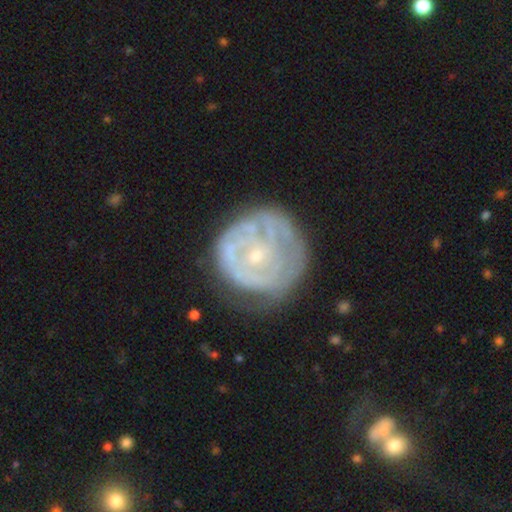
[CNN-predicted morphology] Smooth or featured?
  - featured or disk: 68% *
  - smooth: 24%
  - star or artifact: 7%
Edge-on disk?
  - no: 98% *
  - yes: 2%
Bar?
  - no: 81% *
  - weak: 16%
  - strong: 4%
Spiral arms?
  - yes: 59% *
  - no: 41%
Bulge size?
  - small: 77% *
  - moderate: 17%
  - none: 4%
  - large: 1%
  - dominant: 1%
Merging?
  - none: 60% *
  - minor disturbance: 23%
  - major disturbance: 15%
  - merger: 3%